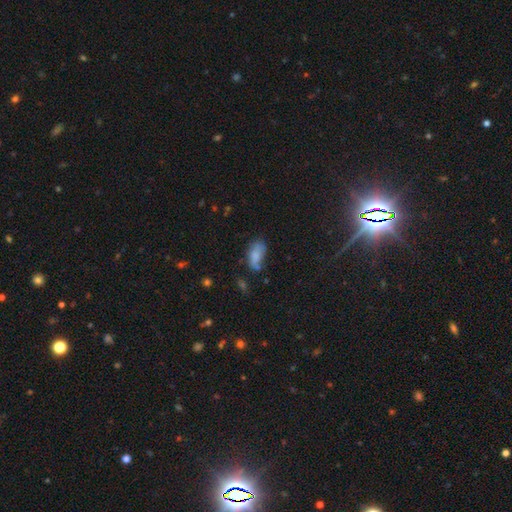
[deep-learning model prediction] The model was most divided on "merging": none: 41%, minor disturbance: 31%, major disturbance: 18%, merger: 10%. More confident: how rounded — in between (89%); smooth or featured — smooth (72%).